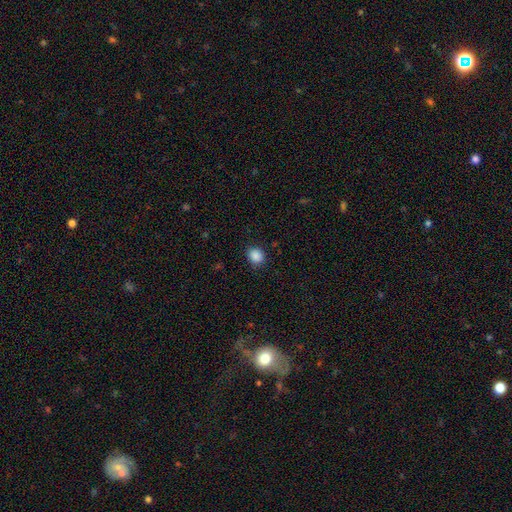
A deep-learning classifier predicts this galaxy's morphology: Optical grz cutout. It shows a smooth galaxy with no disk features (87%) that is round (75%). Merging: none (88%).